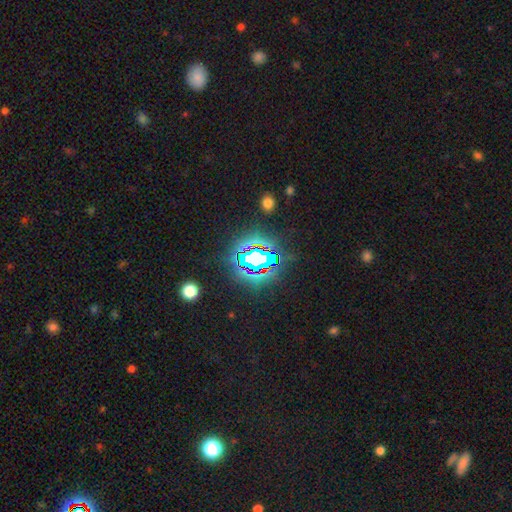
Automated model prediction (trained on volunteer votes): Morphology: type=star or artifact (70%).